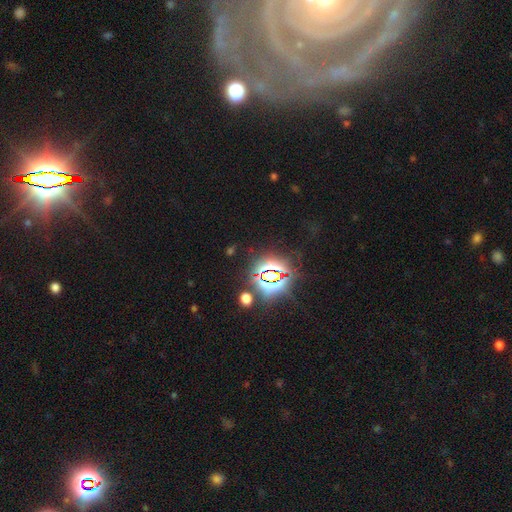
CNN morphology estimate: Smooth or featured? Predicted: featured or disk (p=0.42). Merging? Predicted: none (p=0.70).